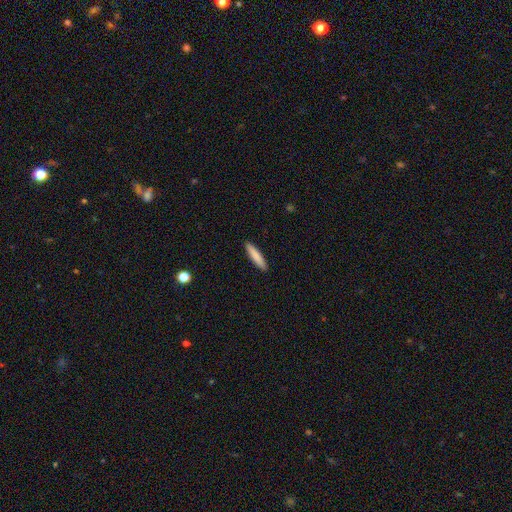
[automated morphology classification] This appears to be a smooth galaxy with no disk features (84%) that is cigar-shaped (87%). Merging: none (92%).